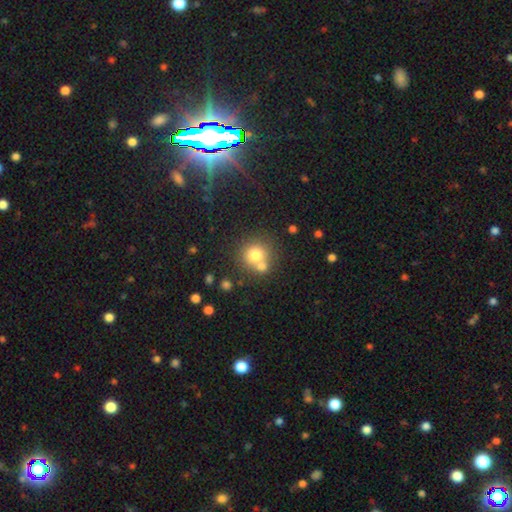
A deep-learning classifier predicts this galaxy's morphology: This is likely a smooth galaxy (74%). How rounded: clearly round (89%). Merging: possibly none (56%).